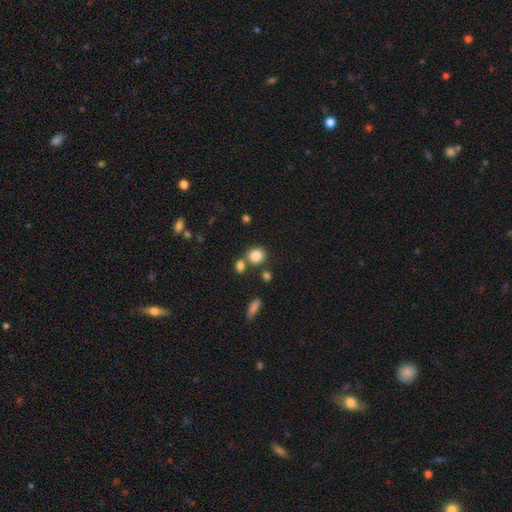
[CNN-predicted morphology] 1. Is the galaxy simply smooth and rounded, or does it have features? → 85% smooth, 10% star or artifact, 5% featured or disk.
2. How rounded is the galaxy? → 76% round, 22% in between, 1% cigar-shaped.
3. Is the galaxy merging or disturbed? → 68% none, 18% merger, 10% minor disturbance, 4% major disturbance.